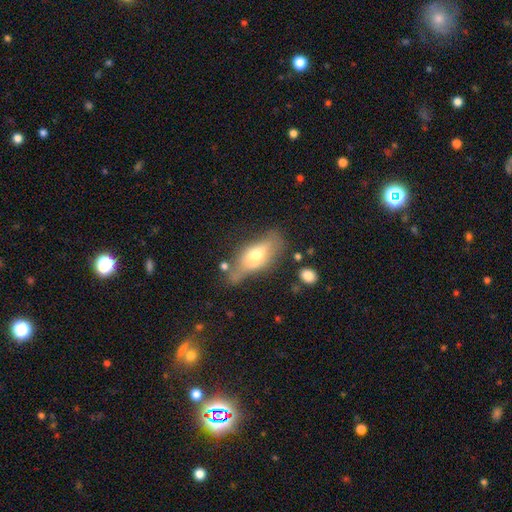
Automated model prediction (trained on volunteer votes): A smooth galaxy with no disk features (50%). Merging: none (48%).